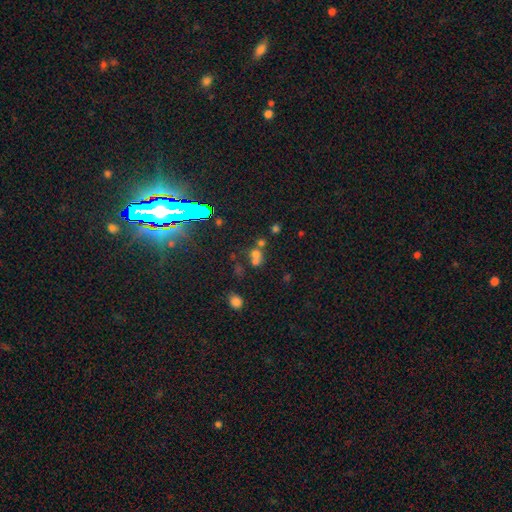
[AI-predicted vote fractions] This appears to be a smooth galaxy with no disk features (57%) that is round (73%). Merging: merger (53%).